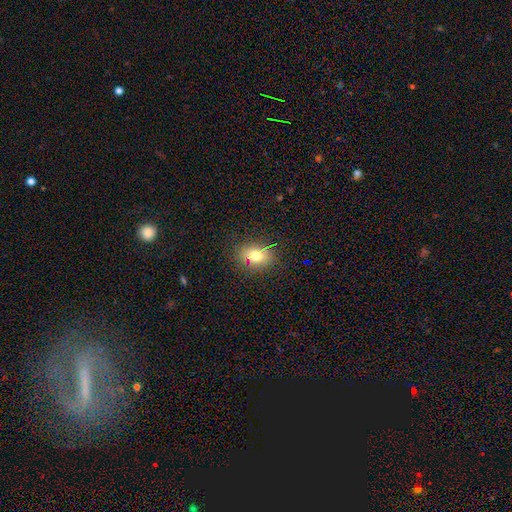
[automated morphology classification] Smooth or featured? Predicted: smooth (p=0.74). How rounded? Predicted: in between (p=0.58). Merging? Predicted: none (p=0.85).